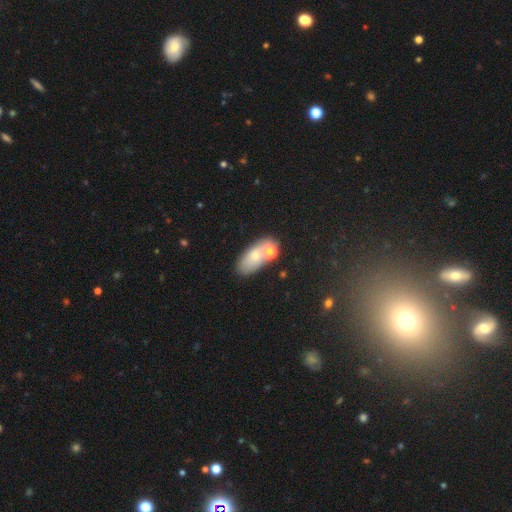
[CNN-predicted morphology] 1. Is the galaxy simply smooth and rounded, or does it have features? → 65% smooth, 24% featured or disk, 11% star or artifact.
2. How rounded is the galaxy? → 84% in between, 8% round, 7% cigar-shaped.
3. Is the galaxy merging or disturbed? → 48% none, 30% merger, 15% minor disturbance, 7% major disturbance.